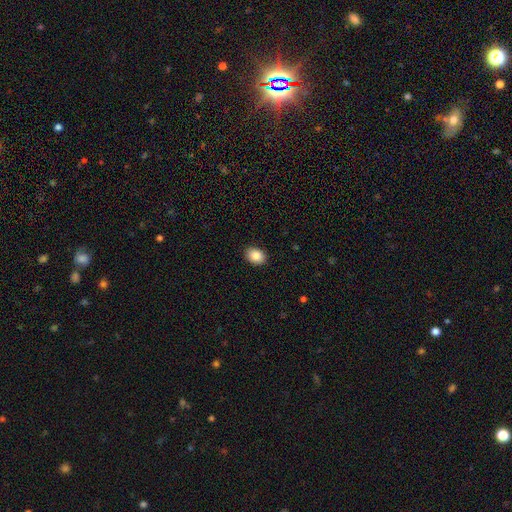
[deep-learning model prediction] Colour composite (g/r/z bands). It shows a smooth galaxy with no disk features (88%) that is in between round and cigar-shaped (66%). Merging: none (90%).